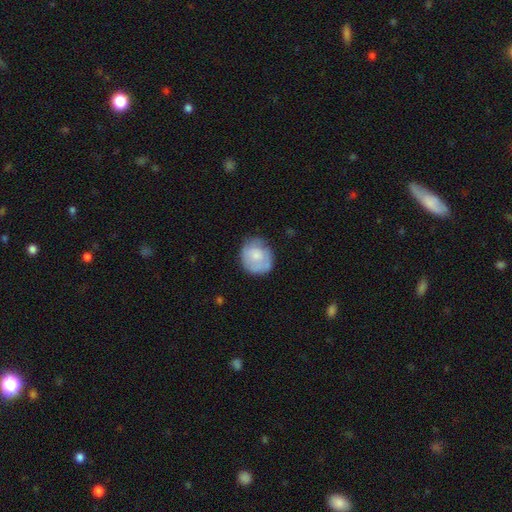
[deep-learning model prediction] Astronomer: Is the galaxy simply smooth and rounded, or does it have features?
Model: smooth — 64%.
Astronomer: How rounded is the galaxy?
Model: round — 77%.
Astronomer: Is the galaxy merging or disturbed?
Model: none — 64%.